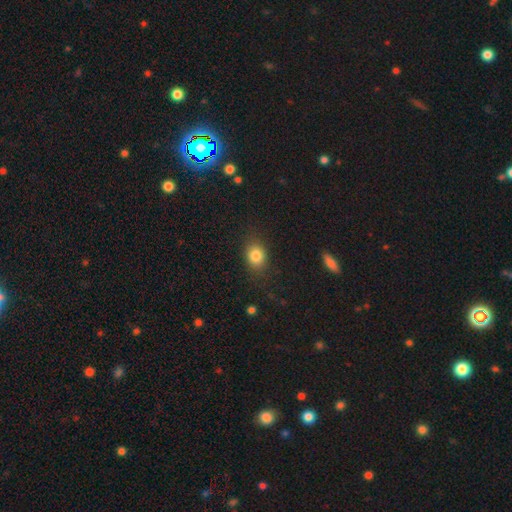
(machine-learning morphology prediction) smooth-or-featured: smooth: 82% | star or artifact: 10% | featured or disk: 8%
  how-rounded: in between: 52% | round: 47% | cigar-shaped: 1%
  merging: none: 81% | minor disturbance: 13% | major disturbance: 5% | merger: 1%